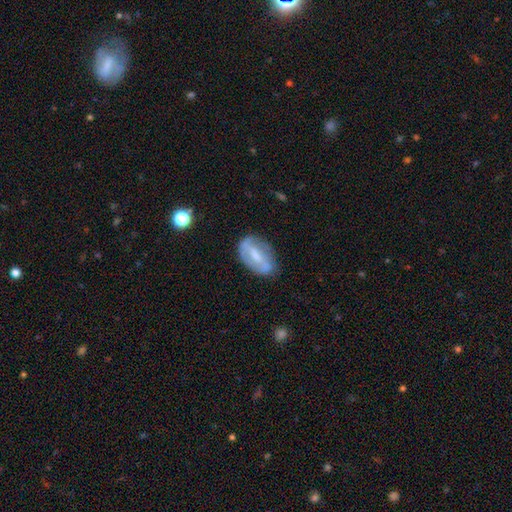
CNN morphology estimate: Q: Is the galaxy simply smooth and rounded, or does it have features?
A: featured or disk — 58%.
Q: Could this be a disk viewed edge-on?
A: no — 91%.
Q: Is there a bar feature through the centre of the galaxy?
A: strong — 43%.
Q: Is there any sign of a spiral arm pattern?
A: no — 51%.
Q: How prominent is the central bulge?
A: moderate — 42%.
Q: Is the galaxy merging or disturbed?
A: none — 65%.